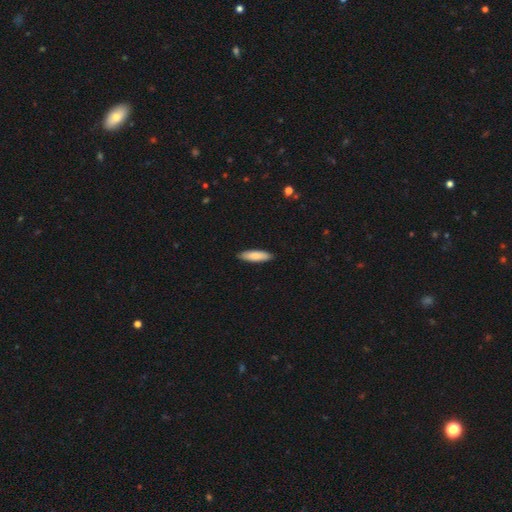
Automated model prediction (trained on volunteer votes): smooth 85%, featured or disk 10%, star or artifact 5%. Down the decision tree: how rounded — cigar-shaped (55%); merging — none (89%).